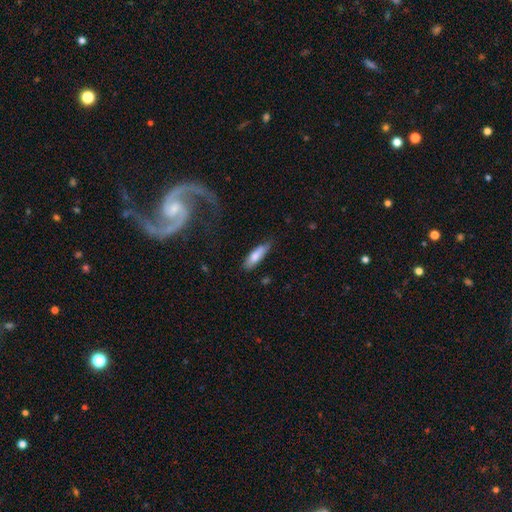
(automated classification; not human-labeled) A smooth galaxy with no disk features (77%) that is cigar-shaped (60%). Merging: none (69%).